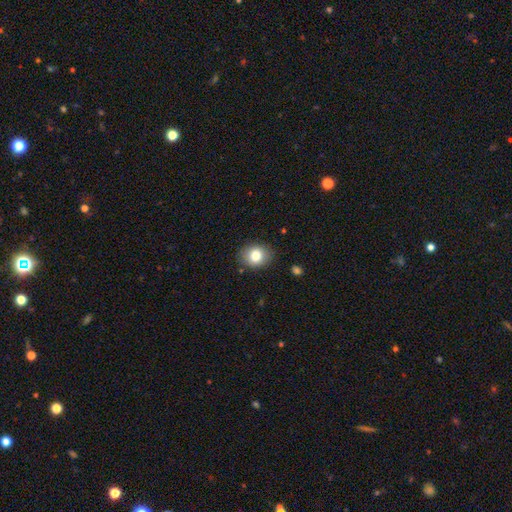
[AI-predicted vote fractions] Morphology: type=smooth (81%); roundness=round (53%); merging=none (85%).